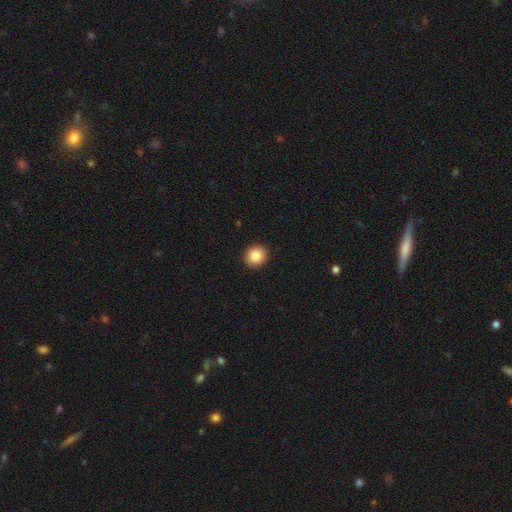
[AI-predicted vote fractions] This appears to be a smooth galaxy with no disk features (84%) that is round (84%). Merging: none (93%).